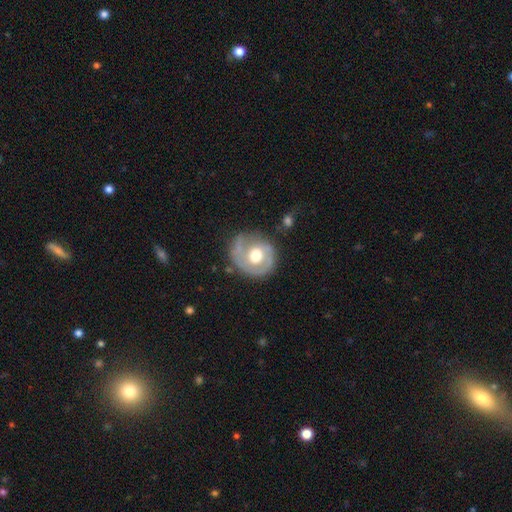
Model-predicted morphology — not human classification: The model was most divided on "bulge size": moderate: 54%, large: 39%, small: 4%, dominant: 3%, none: 1%. More confident: edge-on disk — no (97%); bar — no (80%); smooth or featured — featured or disk (61%); merging — none (59%); spiral arms — yes (59%).